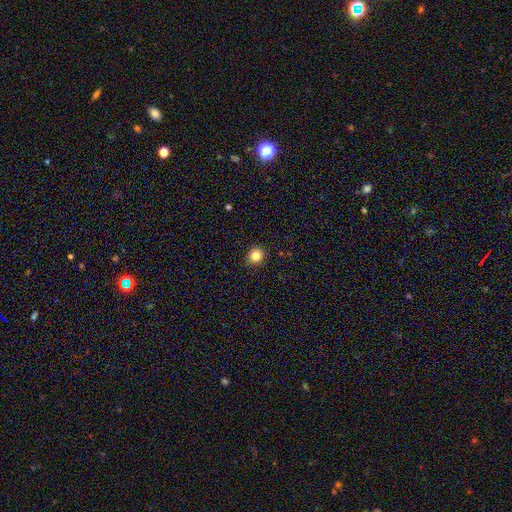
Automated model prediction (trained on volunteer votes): smooth 83%, star or artifact 12%, featured or disk 6%. Down the decision tree: how rounded — round (88%); merging — none (90%).